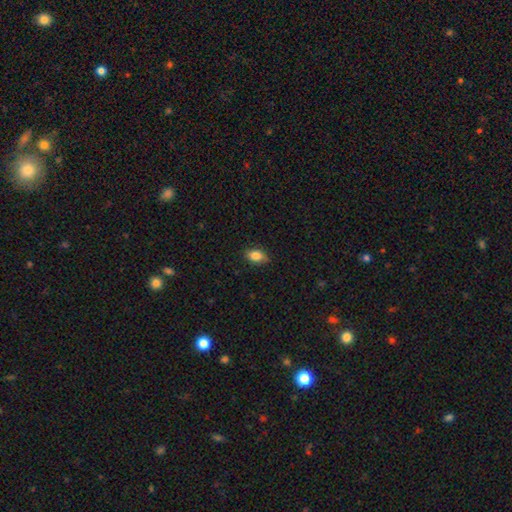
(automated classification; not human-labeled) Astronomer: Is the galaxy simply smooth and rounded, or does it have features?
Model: smooth — 83%.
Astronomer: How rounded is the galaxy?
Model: in between — 80%.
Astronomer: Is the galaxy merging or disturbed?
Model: none — 79%.